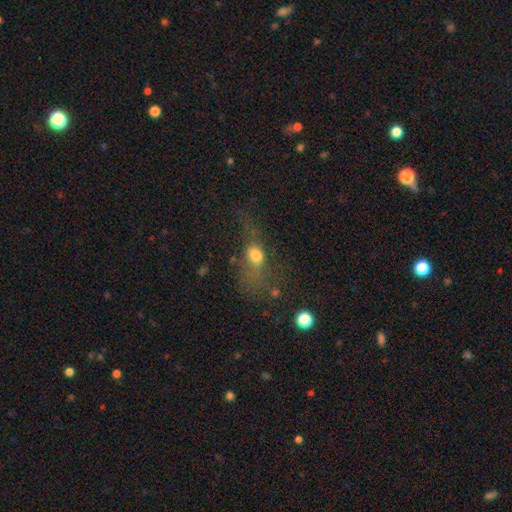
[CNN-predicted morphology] Q: Smooth or featured?
A: smooth (64%); runner-up: featured or disk (21%)
Q: How rounded?
A: in between (65%); runner-up: round (25%)
Q: Merging?
A: major disturbance (37%); runner-up: none (36%)